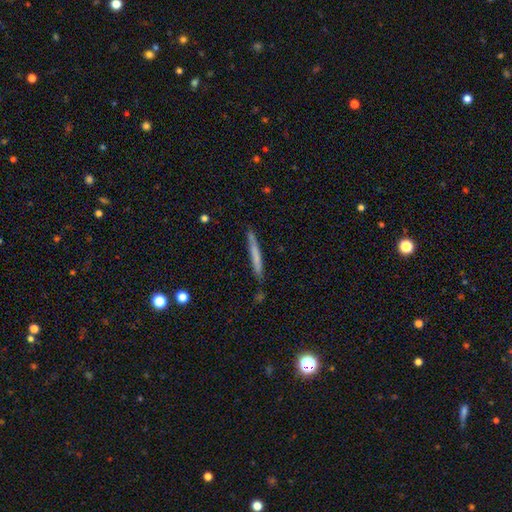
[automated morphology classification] This appears to be a smooth galaxy with no disk features (64%) that is cigar-shaped (97%). Merging: none (83%).